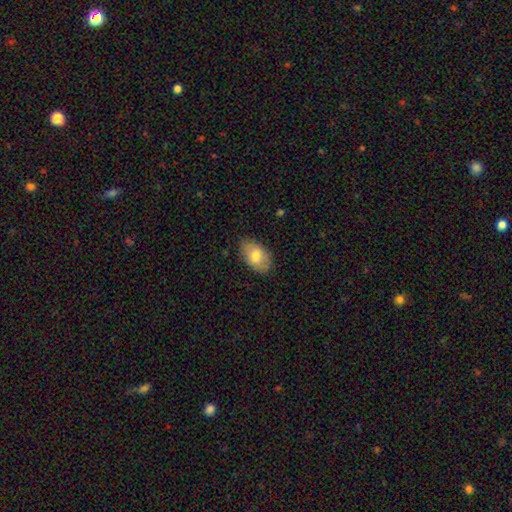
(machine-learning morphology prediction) This is likely a smooth galaxy (74%). How rounded: clearly in between (91%). Merging: clearly none (81%).